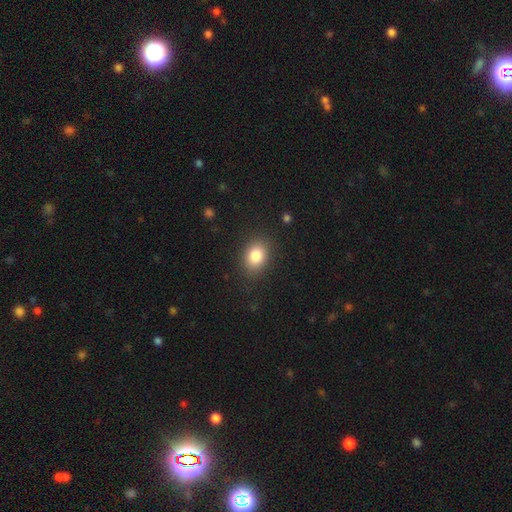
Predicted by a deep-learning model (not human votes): Morphology: type=smooth (84%); roundness=in between (64%); merging=none (85%).